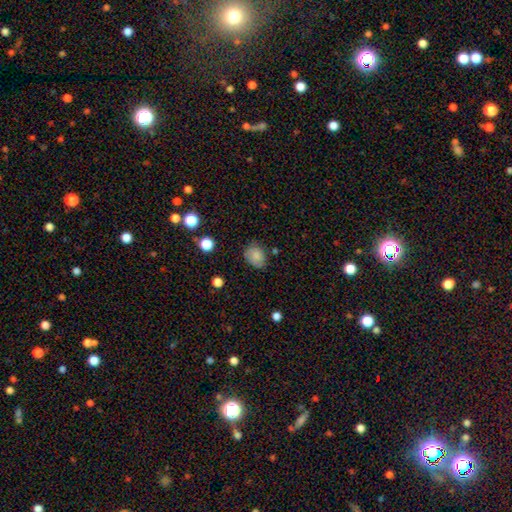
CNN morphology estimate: smooth 80%, featured or disk 11%, star or artifact 10%. Down the decision tree: how rounded — in between (56%); merging — none (68%).